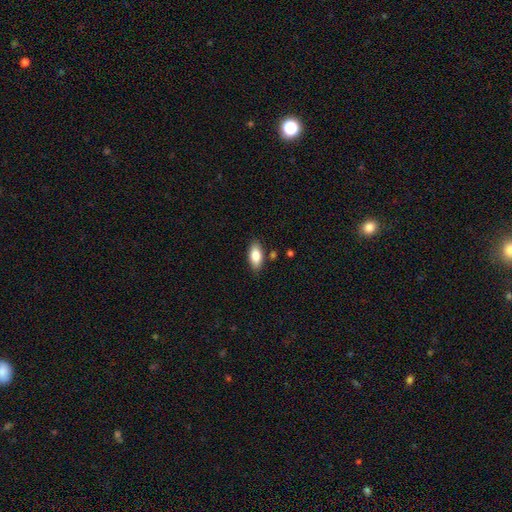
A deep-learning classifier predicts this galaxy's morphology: A smooth galaxy with no disk features (83%) that is in between round and cigar-shaped (89%).

Vote fractions:
- Smooth or featured? smooth: 83% / featured or disk: 10% / star or artifact: 7%
- How rounded? in between: 89% / cigar-shaped: 8% / round: 3%
- Merging? none: 82% / minor disturbance: 12% / merger: 3% / major disturbance: 2%